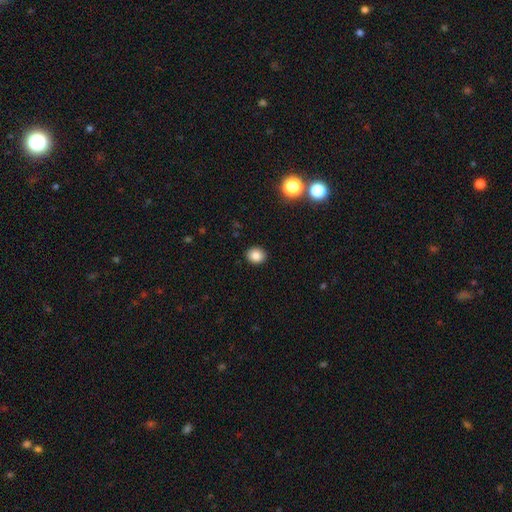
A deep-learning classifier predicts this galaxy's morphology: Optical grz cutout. It shows a smooth galaxy with no disk features (84%) that is round (67%). Merging: none (91%).